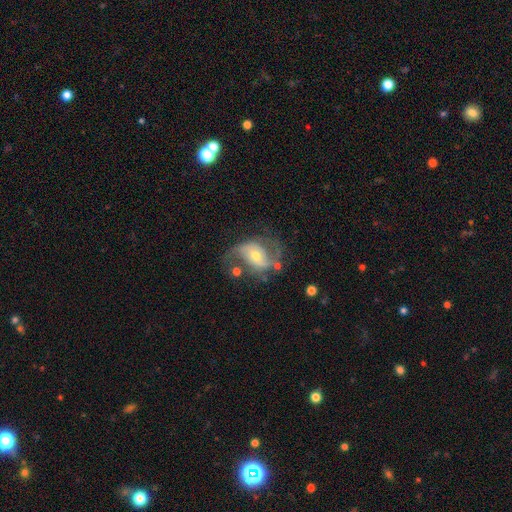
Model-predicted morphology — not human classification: Q: Smooth or featured?
A: featured or disk (81%); runner-up: smooth (12%)
Q: Edge-on disk?
A: no (97%); runner-up: yes (3%)
Q: Bar?
A: no (43%); runner-up: weak (39%)
Q: Spiral arms?
A: yes (92%); runner-up: no (8%)
Q: Spiral winding?
A: medium (46%); runner-up: loose (40%)
Q: Spiral arm count?
A: 2 (87%); runner-up: can't tell (6%)
Q: Bulge size?
A: moderate (52%); runner-up: small (42%)
Q: Merging?
A: none (57%); runner-up: minor disturbance (20%)